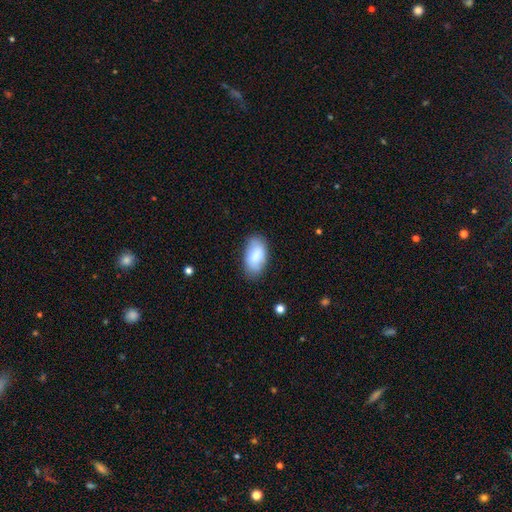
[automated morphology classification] Q: Smooth or featured?
A: smooth (82%); runner-up: featured or disk (12%)
Q: How rounded?
A: in between (95%); runner-up: round (3%)
Q: Merging?
A: none (77%); runner-up: minor disturbance (18%)